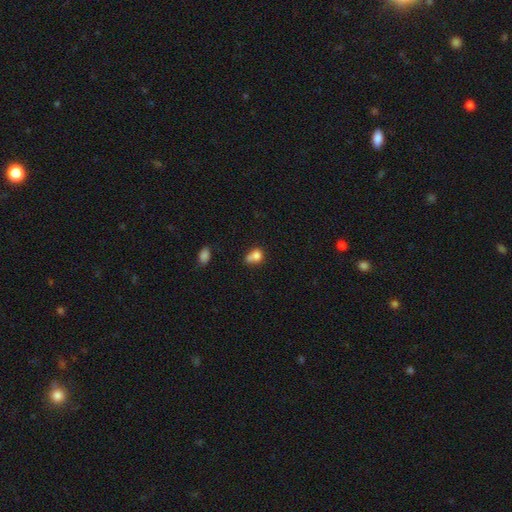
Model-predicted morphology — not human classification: Smooth or featured: smooth — 76% (featured or disk — 12%)
How rounded: round — 57% (in between — 42%)
Merging: merger — 38% (none — 33%)